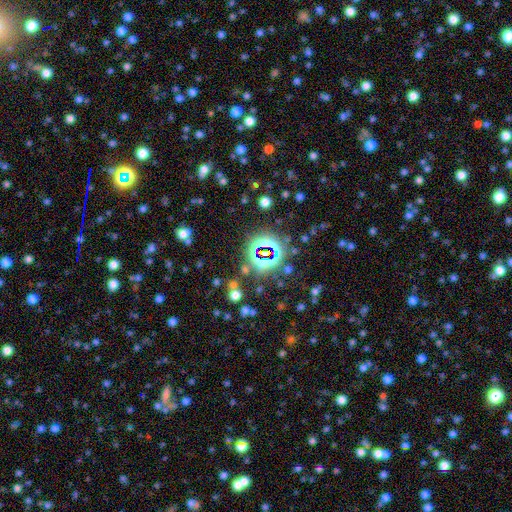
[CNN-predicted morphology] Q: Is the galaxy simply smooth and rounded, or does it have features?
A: star or artifact — 73%.